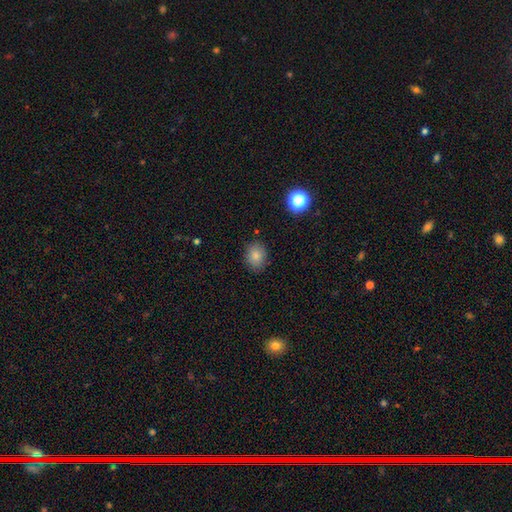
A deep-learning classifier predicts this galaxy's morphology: Smooth or featured? Predicted: smooth (p=0.82). How rounded? Predicted: round (p=0.53). Merging? Predicted: none (p=0.84).